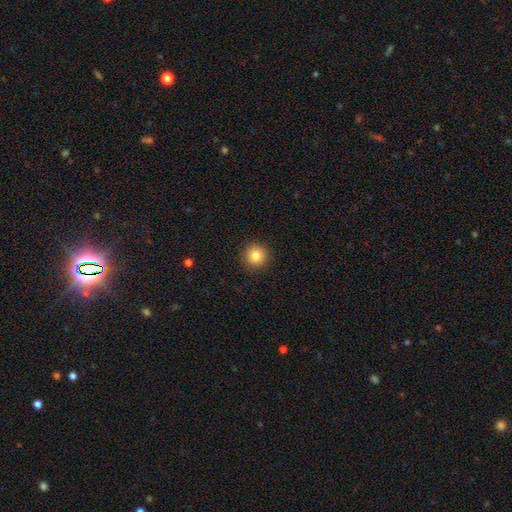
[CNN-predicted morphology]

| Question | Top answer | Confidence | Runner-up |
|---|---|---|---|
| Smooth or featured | smooth | 84% | star or artifact (10%) |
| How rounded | round | 95% | in between (4%) |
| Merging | none | 92% | minor disturbance (5%) |